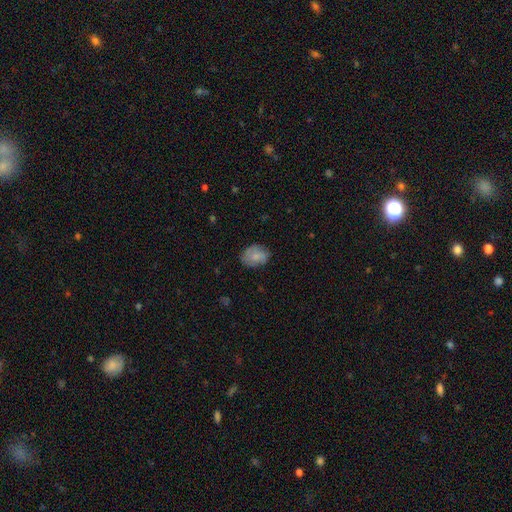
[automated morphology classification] Smooth or featured? smooth (71%)
How rounded? in between (63%)
Merging? none (70%)